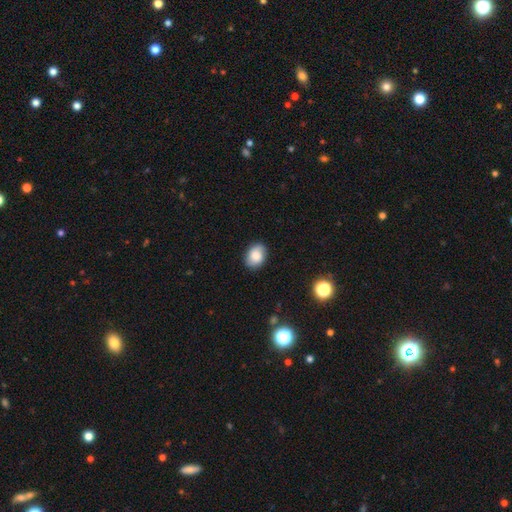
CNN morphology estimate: This is clearly a smooth galaxy (82%). How rounded: likely in between (72%). Merging: clearly none (86%).